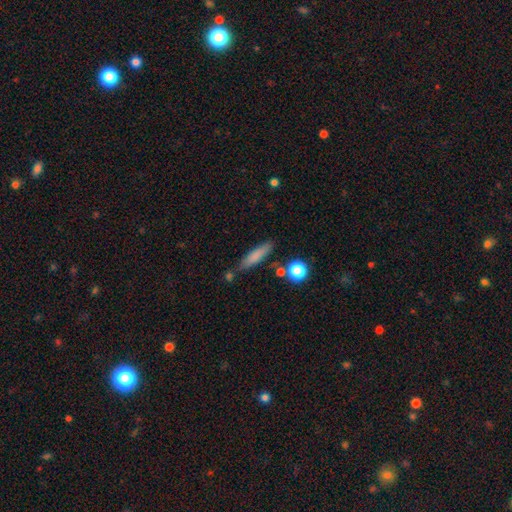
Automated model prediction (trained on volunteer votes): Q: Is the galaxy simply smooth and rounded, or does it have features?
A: smooth — 78%.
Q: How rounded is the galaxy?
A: cigar-shaped — 76%.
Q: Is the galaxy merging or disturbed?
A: none — 75%.